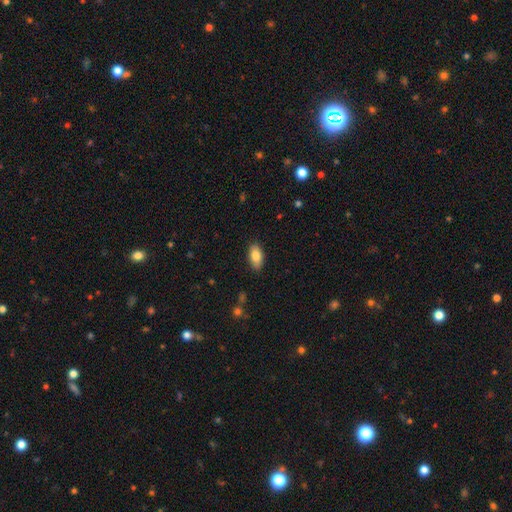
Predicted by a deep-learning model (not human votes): Morphology: type=smooth (84%); roundness=in between (91%); merging=none (87%).